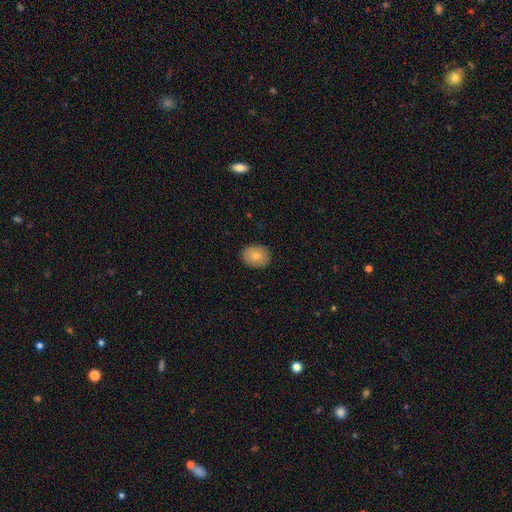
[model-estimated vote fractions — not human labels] smooth 80%, featured or disk 13%, star or artifact 8%. Down the decision tree: how rounded — round (54%); merging — none (88%).